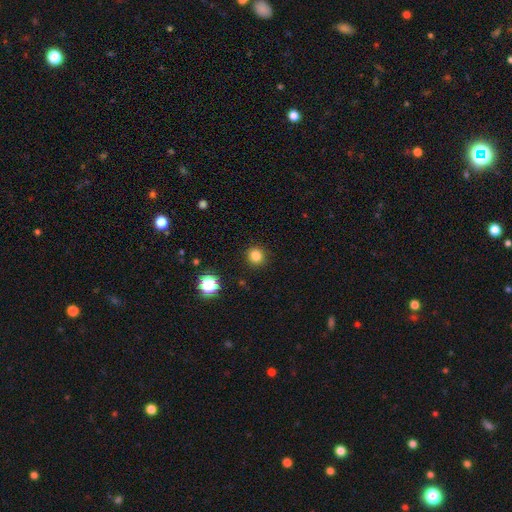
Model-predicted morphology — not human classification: The model was most divided on "smooth or featured": smooth: 81%, star or artifact: 14%, featured or disk: 5%. More confident: how rounded — round (94%); merging — none (92%).